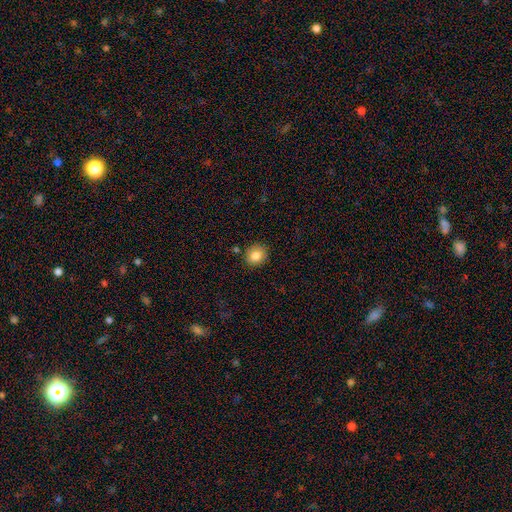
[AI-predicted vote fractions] Smooth or featured: smooth — 85% (star or artifact — 9%)
How rounded: round — 72% (in between — 27%)
Merging: none — 86% (minor disturbance — 9%)